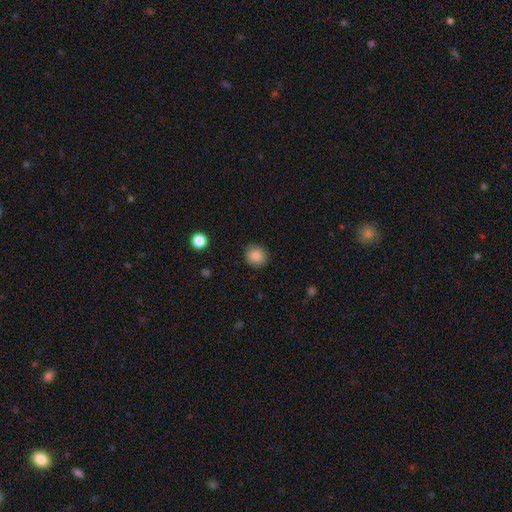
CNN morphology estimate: The model was most divided on "how rounded": round: 84%, in between: 15%, cigar-shaped: 1%. More confident: merging — none (86%); smooth or featured — smooth (85%).